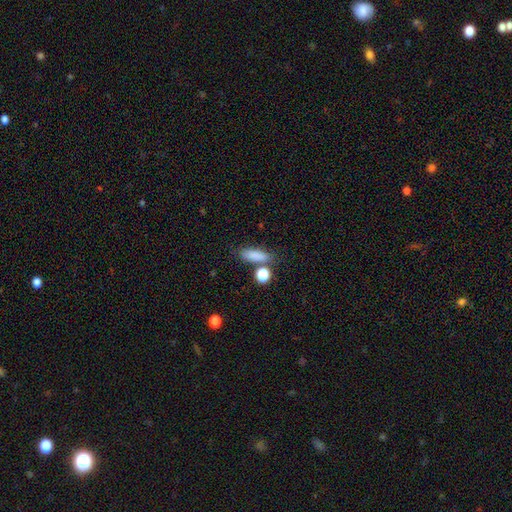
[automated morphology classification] Smooth or featured? smooth (83%)
How rounded? in between (54%)
Merging? none (71%)